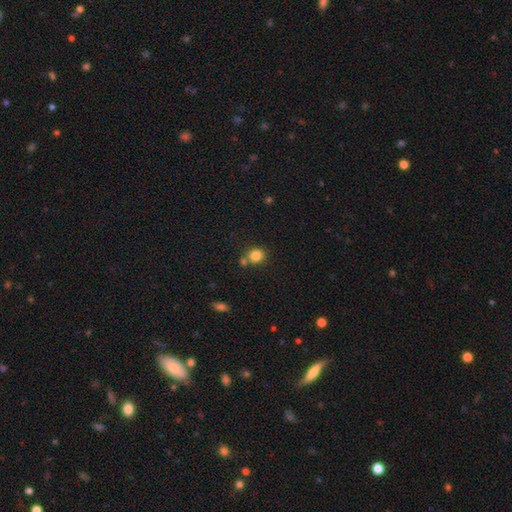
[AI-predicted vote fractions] Smooth or featured? Predicted: smooth (p=0.84). How rounded? Predicted: round (p=0.79). Merging? Predicted: none (p=0.63).